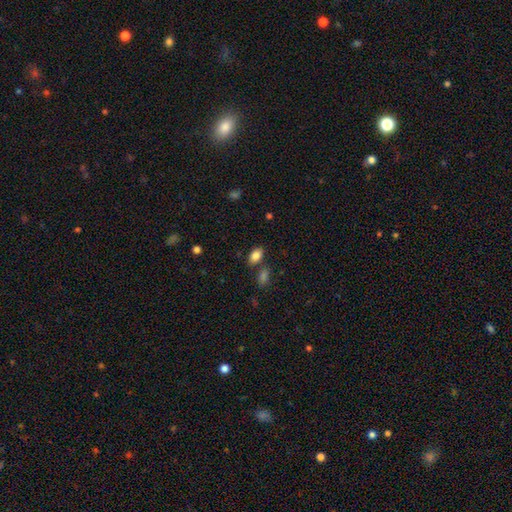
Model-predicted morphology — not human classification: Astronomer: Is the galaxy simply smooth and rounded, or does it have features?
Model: smooth — 85%.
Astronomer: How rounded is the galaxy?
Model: in between — 87%.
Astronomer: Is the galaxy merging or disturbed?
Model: none — 76%.